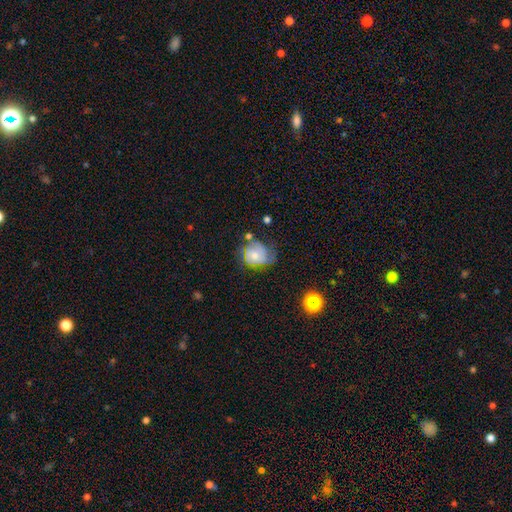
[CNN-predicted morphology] A featured or disk galaxy (54%) with no bar (78%), spiral arms (77%) and a moderate central bulge (52%). Merging: none (46%).